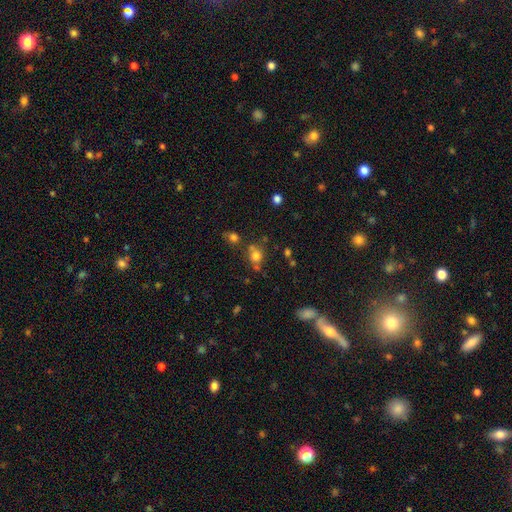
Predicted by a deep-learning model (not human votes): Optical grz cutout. It shows a smooth galaxy with no disk features (74%) that is round (76%). Merging: none (58%).